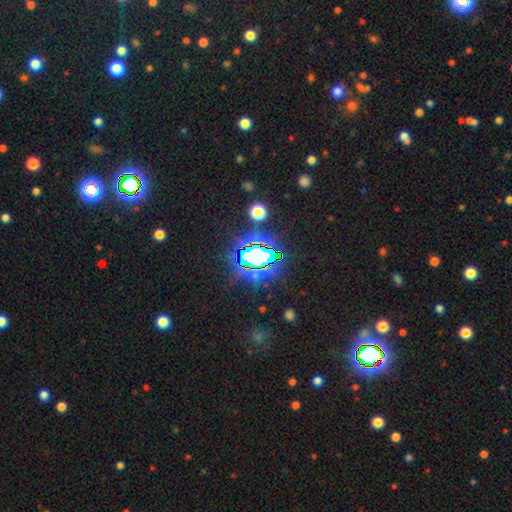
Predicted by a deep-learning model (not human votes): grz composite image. It shows a star or artifact, not a galaxy (73%).